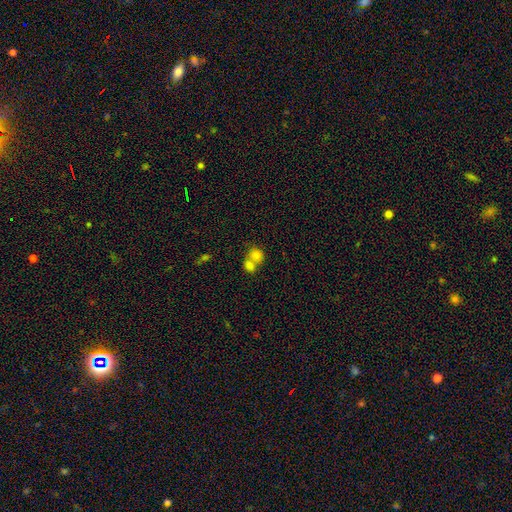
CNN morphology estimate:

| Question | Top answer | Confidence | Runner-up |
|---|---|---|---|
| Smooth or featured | smooth | 78% | featured or disk (12%) |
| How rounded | round | 69% | in between (30%) |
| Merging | merger | 63% | none (28%) |